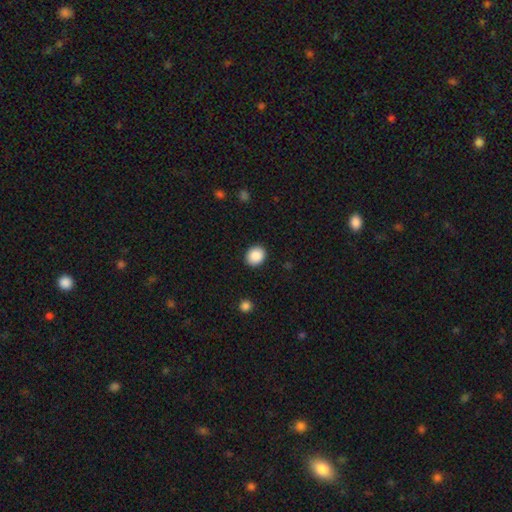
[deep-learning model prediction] smooth-or-featured: smooth: 89% | star or artifact: 8% | featured or disk: 3%
  how-rounded: round: 67% | in between: 33% | cigar-shaped: 1%
  merging: none: 90% | minor disturbance: 7% | major disturbance: 2% | merger: 1%